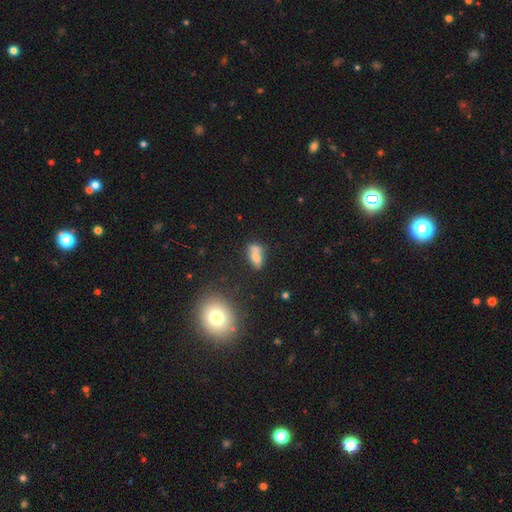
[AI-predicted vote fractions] Smooth or featured? smooth (69%)
How rounded? in between (78%)
Merging? merger (43%)